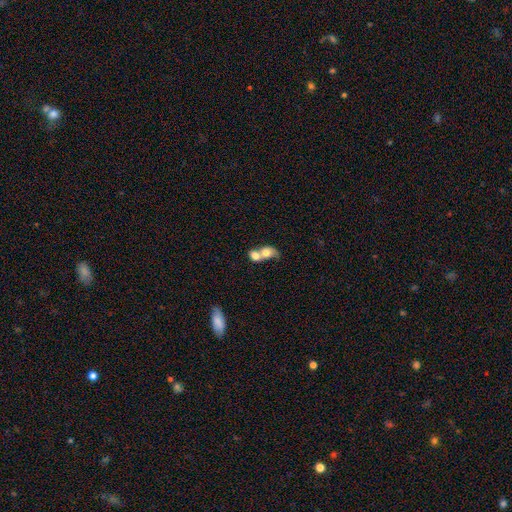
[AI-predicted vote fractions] The model was most divided on "how rounded": in between: 59%, round: 38%, cigar-shaped: 3%. More confident: merging — merger (82%); smooth or featured — smooth (69%).